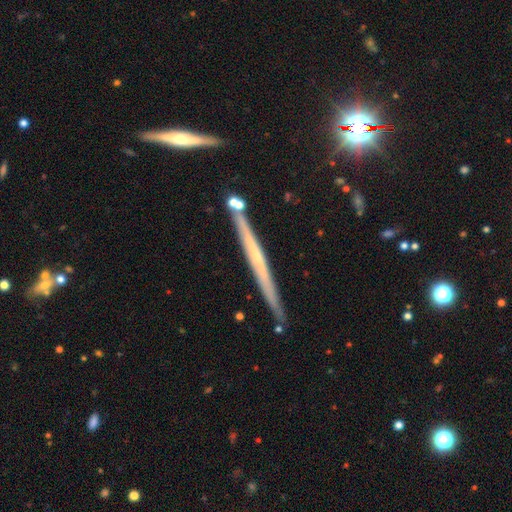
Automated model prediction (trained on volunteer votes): smooth-or-featured: featured or disk: 67% | smooth: 26% | star or artifact: 8%
  disk-edge-on: yes: 97% | no: 3%
    edge-on-bulge: none: 70% | rounded: 25% | boxy: 6%
  merging: none: 84% | minor disturbance: 11% | merger: 4% | major disturbance: 2%